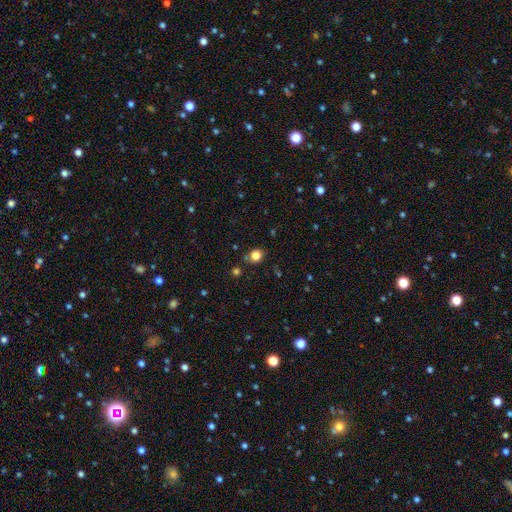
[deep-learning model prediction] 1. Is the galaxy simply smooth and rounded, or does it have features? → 81% smooth, 13% star or artifact, 5% featured or disk.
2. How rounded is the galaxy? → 71% round, 28% in between, 1% cigar-shaped.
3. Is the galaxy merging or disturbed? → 79% none, 12% minor disturbance, 5% merger, 3% major disturbance.